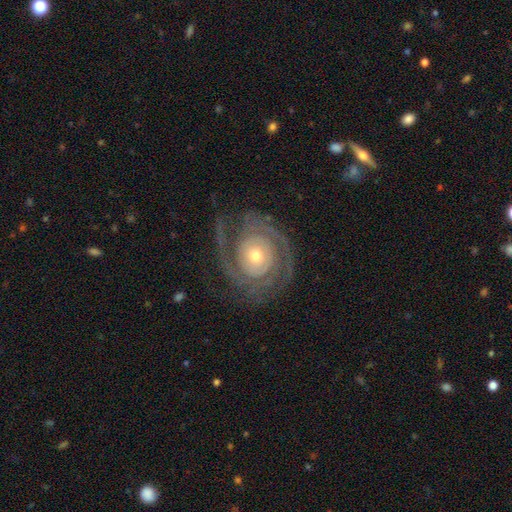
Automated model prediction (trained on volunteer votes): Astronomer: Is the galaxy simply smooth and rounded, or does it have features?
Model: featured or disk — 90%.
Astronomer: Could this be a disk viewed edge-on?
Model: no — 97%.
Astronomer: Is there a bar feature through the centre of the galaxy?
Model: no — 76%.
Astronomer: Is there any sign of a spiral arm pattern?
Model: yes — 97%.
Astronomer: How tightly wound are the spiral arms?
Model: tight — 72%.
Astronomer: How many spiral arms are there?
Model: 2 — 61%.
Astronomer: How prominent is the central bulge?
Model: moderate — 60%.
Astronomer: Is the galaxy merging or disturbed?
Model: none — 78%.